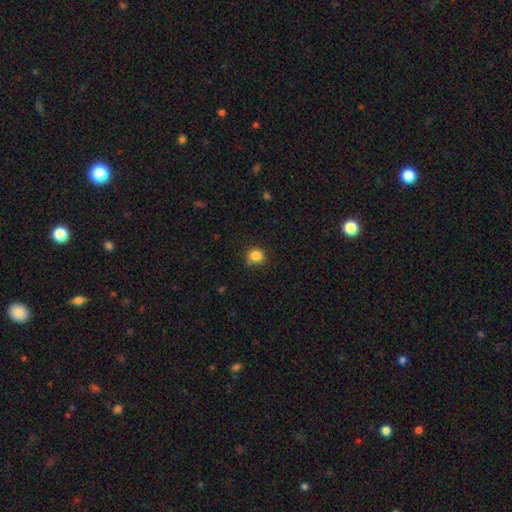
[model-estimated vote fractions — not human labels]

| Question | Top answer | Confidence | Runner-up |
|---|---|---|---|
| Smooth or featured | smooth | 85% | star or artifact (11%) |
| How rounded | round | 90% | in between (10%) |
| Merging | none | 83% | minor disturbance (12%) |